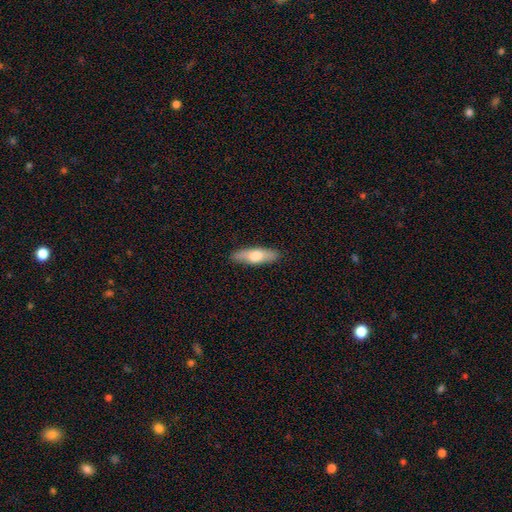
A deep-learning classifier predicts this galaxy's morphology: smooth-or-featured: smooth: 62% | featured or disk: 32% | star or artifact: 6%
  how-rounded: cigar-shaped: 55% | in between: 43% | round: 2%
  merging: none: 88% | minor disturbance: 9% | major disturbance: 2% | merger: 1%